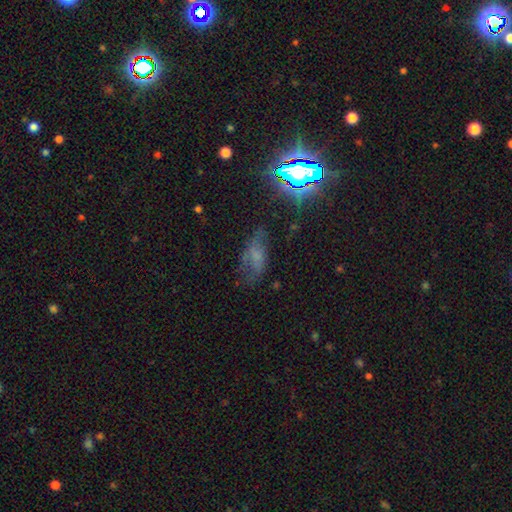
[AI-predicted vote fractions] A smooth galaxy with no disk features (40%).

Vote fractions:
- Smooth or featured? smooth: 40% / featured or disk: 33% / star or artifact: 27%
- Merging? none: 48% / minor disturbance: 26% / major disturbance: 23% / merger: 3%